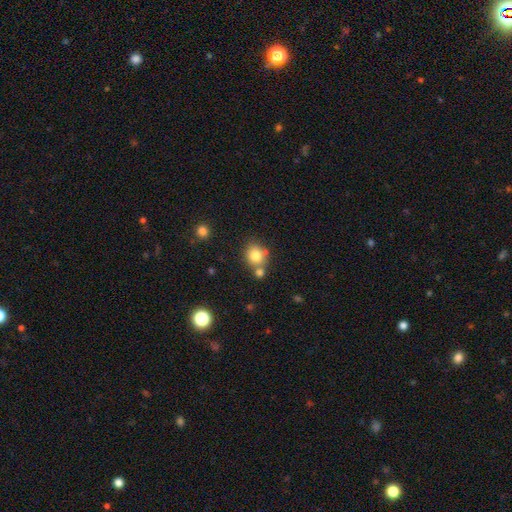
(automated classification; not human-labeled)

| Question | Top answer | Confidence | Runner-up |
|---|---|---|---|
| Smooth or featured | smooth | 80% | star or artifact (11%) |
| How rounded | round | 73% | in between (26%) |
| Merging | none | 61% | merger (24%) |